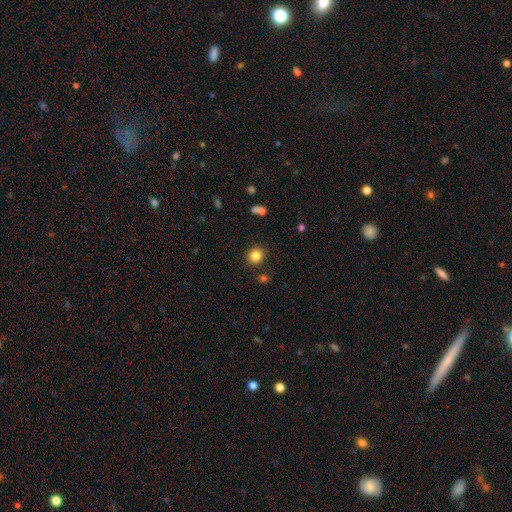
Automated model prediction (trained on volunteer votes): Smooth or featured? Predicted: smooth (p=0.83). How rounded? Predicted: round (p=0.89). Merging? Predicted: none (p=0.88).